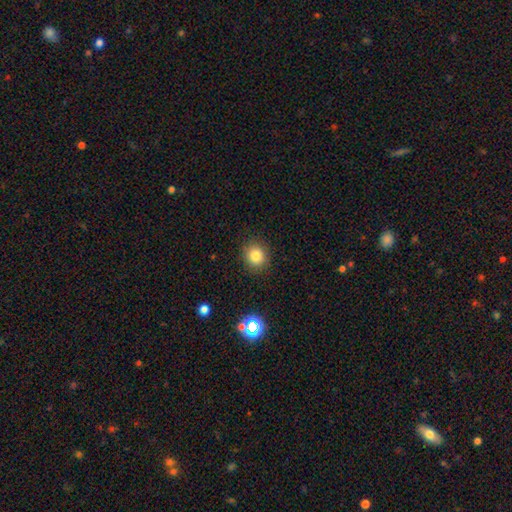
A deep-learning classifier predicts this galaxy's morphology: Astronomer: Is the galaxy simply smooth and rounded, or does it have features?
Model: smooth — 81%.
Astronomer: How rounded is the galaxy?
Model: round — 85%.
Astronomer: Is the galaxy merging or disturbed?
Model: none — 89%.